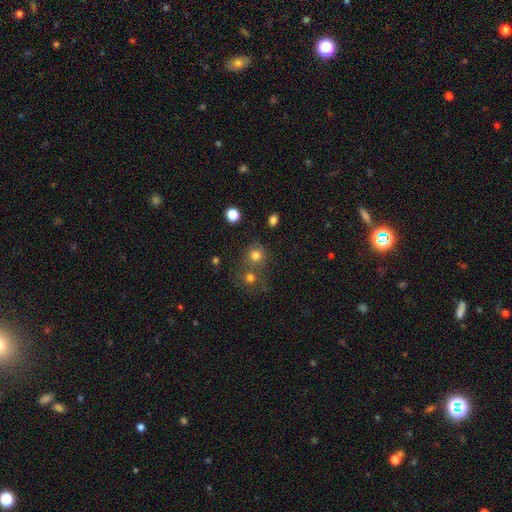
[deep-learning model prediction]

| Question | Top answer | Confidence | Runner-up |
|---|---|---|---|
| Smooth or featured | smooth | 76% | star or artifact (15%) |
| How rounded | round | 85% | in between (14%) |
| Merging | none | 58% | merger (28%) |